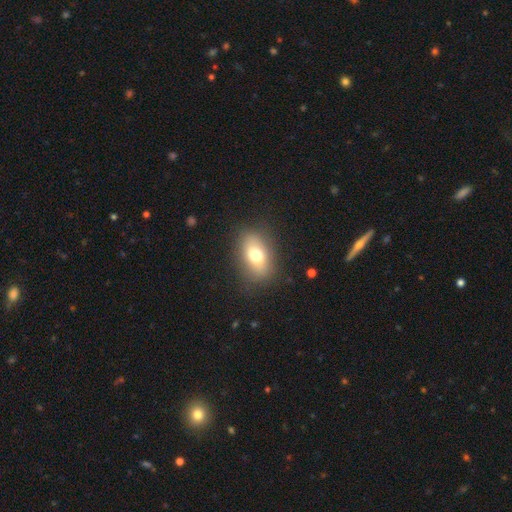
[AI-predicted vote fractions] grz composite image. It shows a smooth galaxy with no disk features (72%) that is in between round and cigar-shaped (84%). Merging: none (82%).